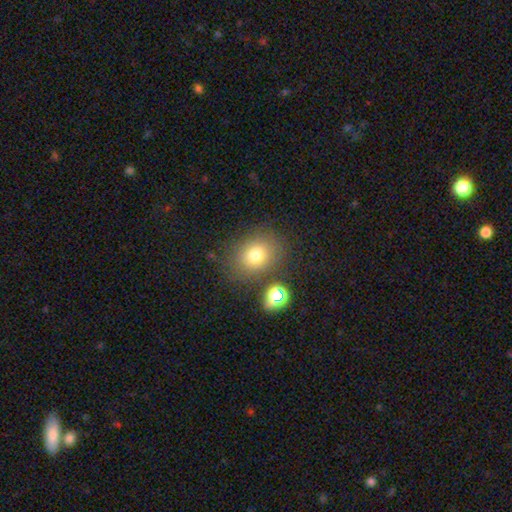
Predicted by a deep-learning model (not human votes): Smooth or featured? smooth (74%)
How rounded? round (55%)
Merging? none (75%)